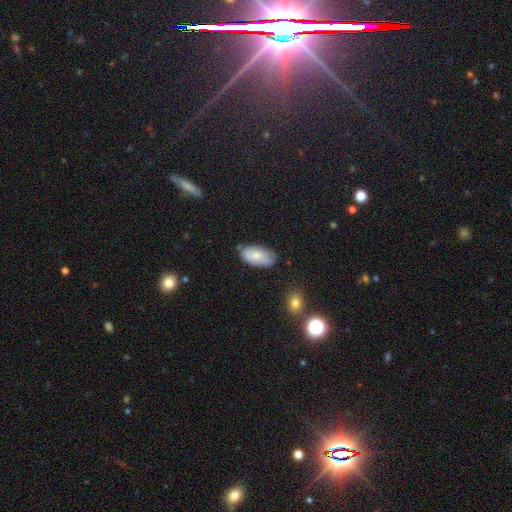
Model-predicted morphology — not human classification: Smooth or featured: smooth — 77% (featured or disk — 17%)
How rounded: in between — 94% (round — 3%)
Merging: none — 68% (minor disturbance — 24%)